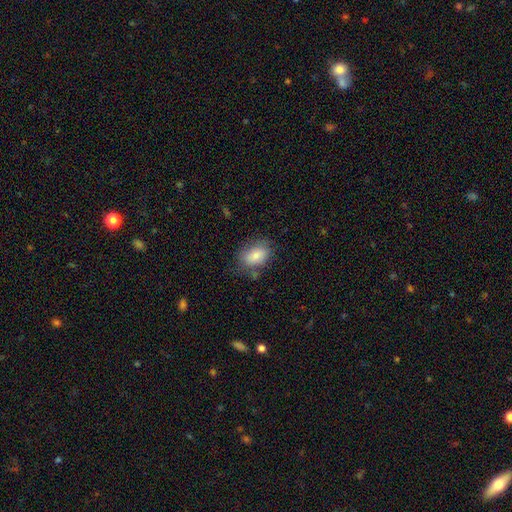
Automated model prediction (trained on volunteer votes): Q: Smooth or featured?
A: smooth (81%); runner-up: featured or disk (12%)
Q: How rounded?
A: in between (84%); runner-up: round (15%)
Q: Merging?
A: none (70%); runner-up: minor disturbance (20%)